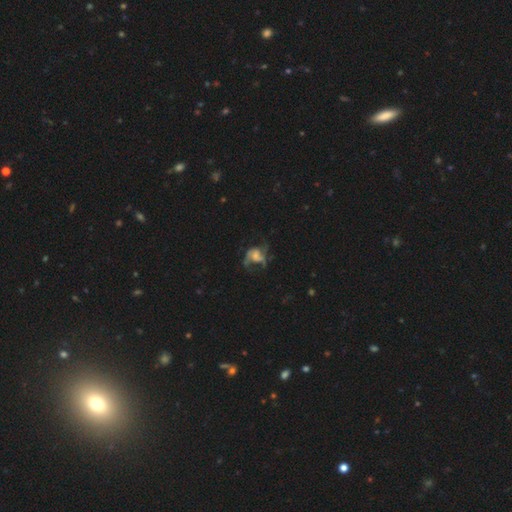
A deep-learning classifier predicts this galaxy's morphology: A featured or disk galaxy (61%) with no bar (66%), spiral arms (68%) and a small central bulge (31%, tied with moderate). Merging: major disturbance (42%).